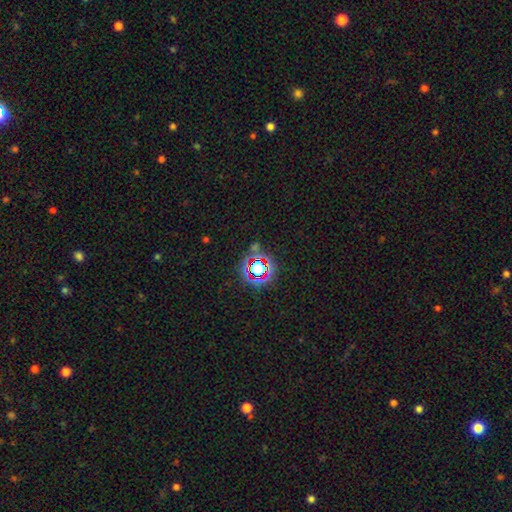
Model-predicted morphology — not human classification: Smooth or featured: star or artifact — 76% (smooth — 14%)